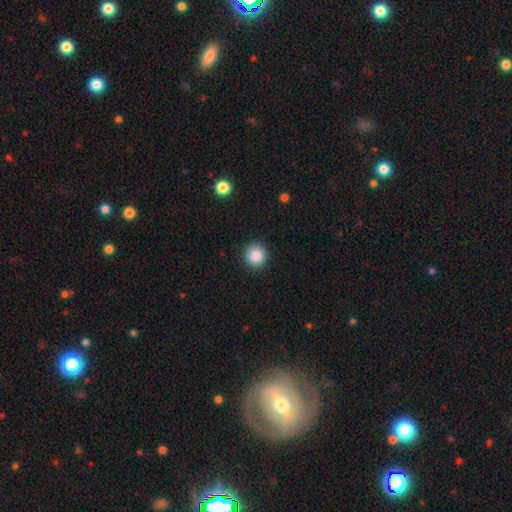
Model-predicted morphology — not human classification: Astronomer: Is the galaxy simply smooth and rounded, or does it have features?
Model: smooth — 87%.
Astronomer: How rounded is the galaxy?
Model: round — 93%.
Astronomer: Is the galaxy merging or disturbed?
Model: none — 92%.